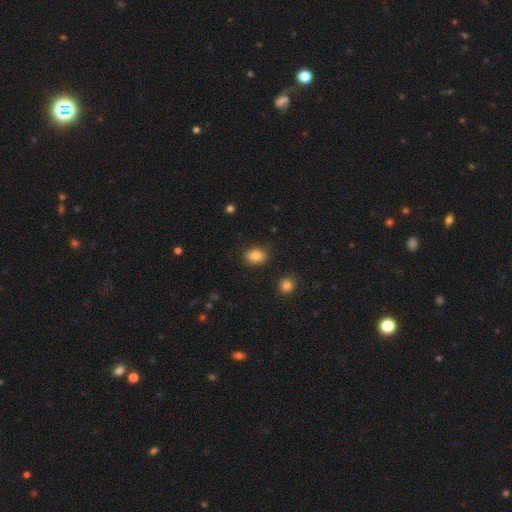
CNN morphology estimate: Q: Smooth or featured?
A: smooth (85%); runner-up: star or artifact (9%)
Q: How rounded?
A: in between (72%); runner-up: round (27%)
Q: Merging?
A: none (86%); runner-up: minor disturbance (10%)